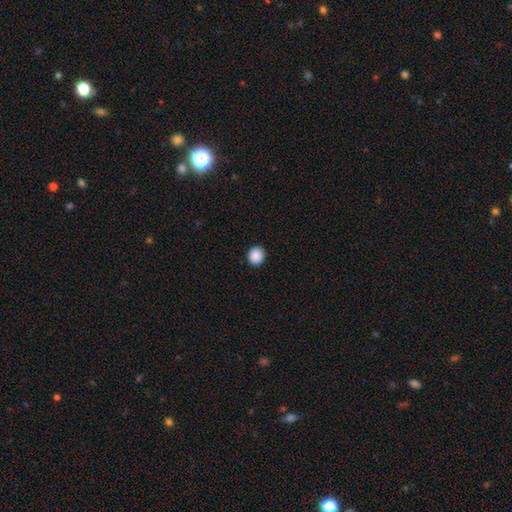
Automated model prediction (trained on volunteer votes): smooth 89%, star or artifact 9%, featured or disk 2%. Down the decision tree: how rounded — round (84%); merging — none (92%).